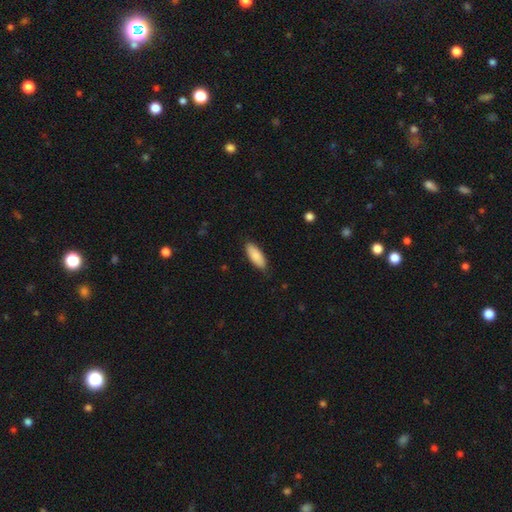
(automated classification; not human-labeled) Overall: smooth (86%). How rounded: in between (73%). Merging: none (86%).